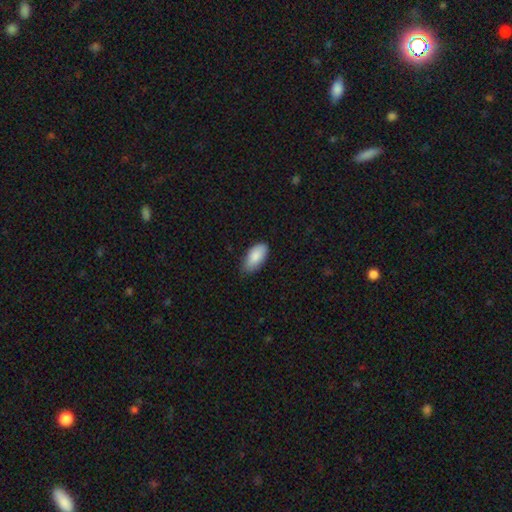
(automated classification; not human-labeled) smooth-or-featured: smooth: 86% | featured or disk: 8% | star or artifact: 6%
  how-rounded: in between: 94% | cigar-shaped: 4% | round: 2%
  merging: none: 68% | minor disturbance: 27% | major disturbance: 3% | merger: 1%